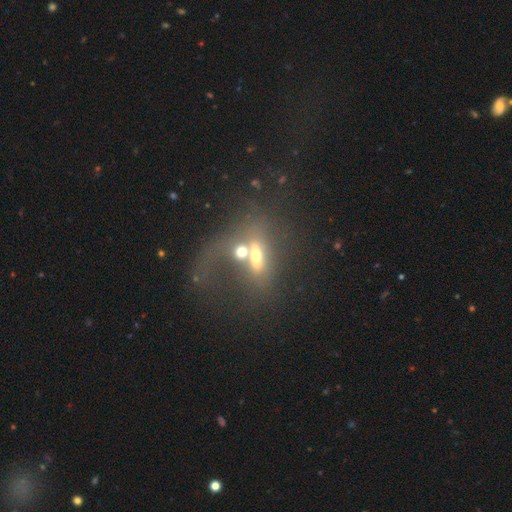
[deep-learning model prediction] The model was most divided on "smooth or featured" (2-way tie): smooth: 43%, featured or disk: 43%, star or artifact: 15%. More confident: merging — merger (60%).